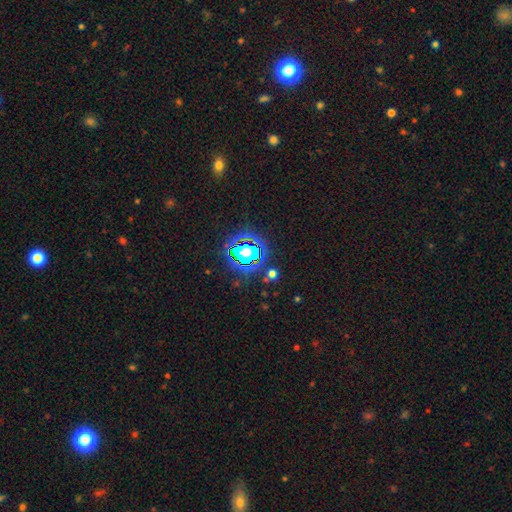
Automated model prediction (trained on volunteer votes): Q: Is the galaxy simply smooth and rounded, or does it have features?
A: star or artifact — 81%.